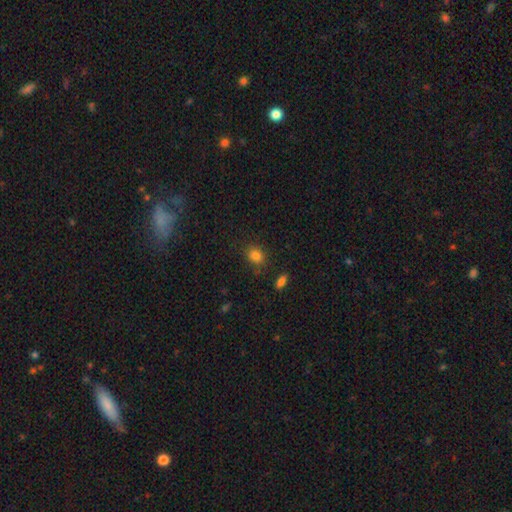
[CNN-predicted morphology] Q: Smooth or featured?
A: smooth (82%); runner-up: star or artifact (12%)
Q: How rounded?
A: round (55%); runner-up: in between (44%)
Q: Merging?
A: none (82%); runner-up: minor disturbance (12%)